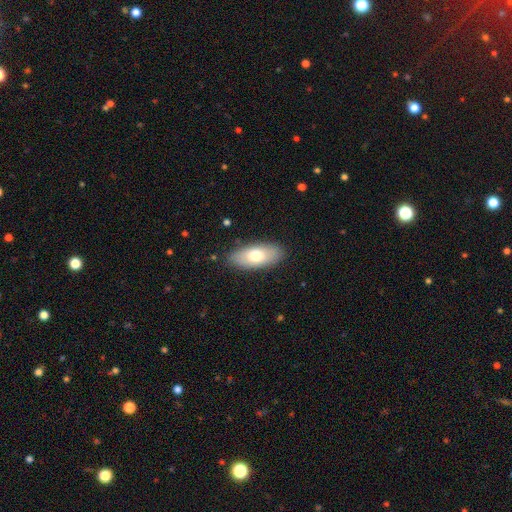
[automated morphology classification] A smooth galaxy with no disk features (72%) that is in between round and cigar-shaped (87%).

Vote fractions:
- Smooth or featured? smooth: 72% / featured or disk: 22% / star or artifact: 6%
- How rounded? in between: 87% / cigar-shaped: 11% / round: 3%
- Merging? none: 86% / minor disturbance: 11% / major disturbance: 2% / merger: 1%